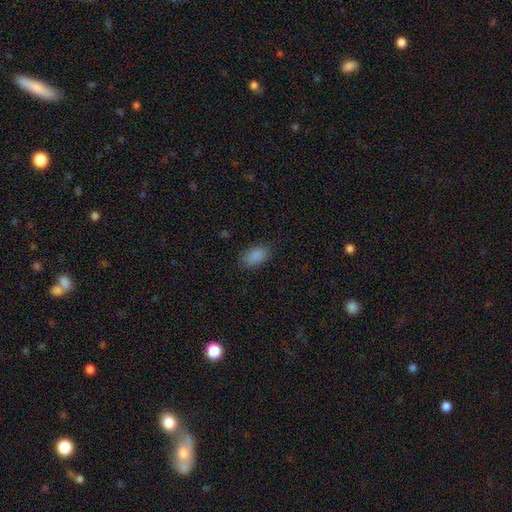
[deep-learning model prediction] smooth_or_featured: smooth (p=0.88) [alt: star or artifact p=0.09]
how_rounded: in between (p=0.91) [alt: round p=0.07]
merging: none (p=0.82) [alt: minor disturbance p=0.13]